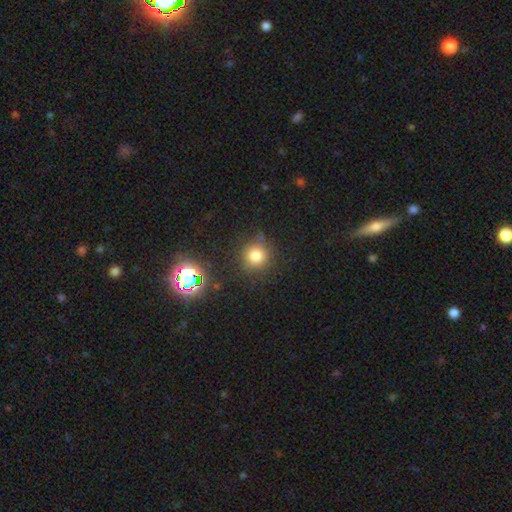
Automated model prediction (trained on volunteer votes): Smooth or featured? Predicted: smooth (p=0.76). How rounded? Predicted: round (p=0.93). Merging? Predicted: none (p=0.83).